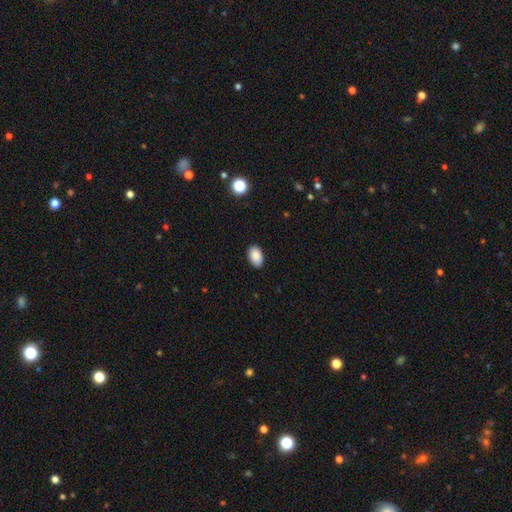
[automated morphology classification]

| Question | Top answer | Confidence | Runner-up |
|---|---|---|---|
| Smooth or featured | smooth | 89% | star or artifact (8%) |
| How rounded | in between | 92% | round (7%) |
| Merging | none | 89% | minor disturbance (9%) |